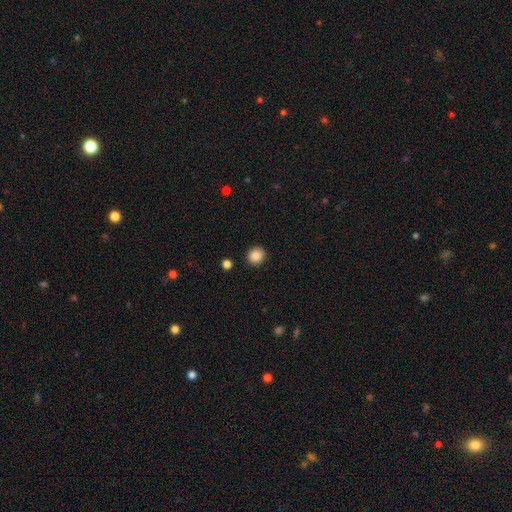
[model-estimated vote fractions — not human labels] Smooth or featured: smooth — 88% (star or artifact — 9%)
How rounded: round — 87% (in between — 12%)
Merging: none — 90% (minor disturbance — 6%)